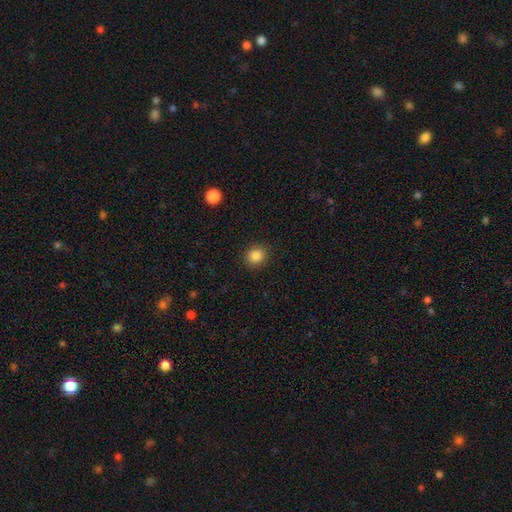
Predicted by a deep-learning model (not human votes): This appears to be a smooth galaxy with no disk features (86%) that is round (88%). Merging: none (91%).